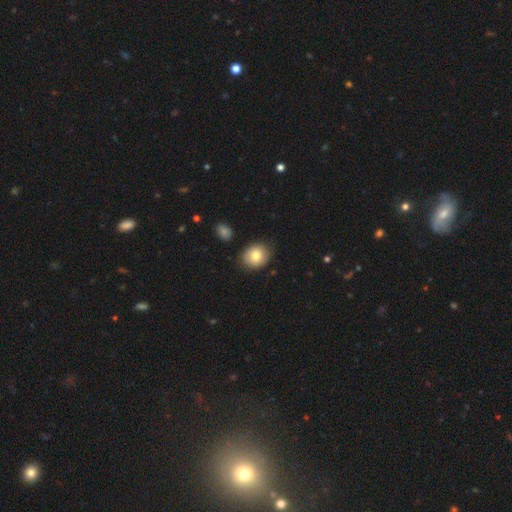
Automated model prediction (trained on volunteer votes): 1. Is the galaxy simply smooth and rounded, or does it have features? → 78% smooth, 13% featured or disk, 9% star or artifact.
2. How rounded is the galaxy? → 63% round, 36% in between, 1% cigar-shaped.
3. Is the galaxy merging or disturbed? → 84% none, 11% minor disturbance, 2% major disturbance, 2% merger.